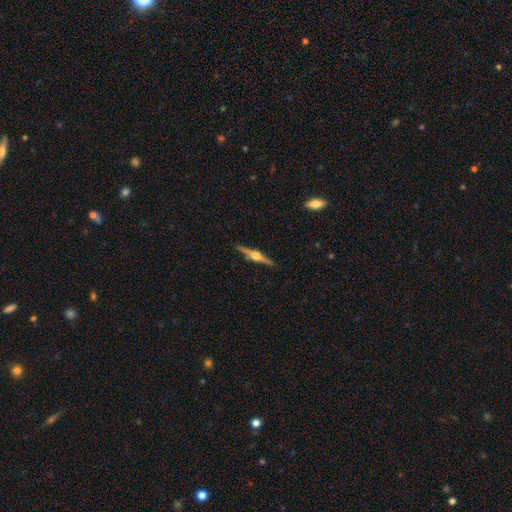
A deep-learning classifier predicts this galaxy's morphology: The model was most divided on "smooth or featured": featured or disk: 84%, smooth: 10%, star or artifact: 5%. More confident: edge-on disk — yes (98%); edge-on bulge — rounded (94%); merging — none (91%).